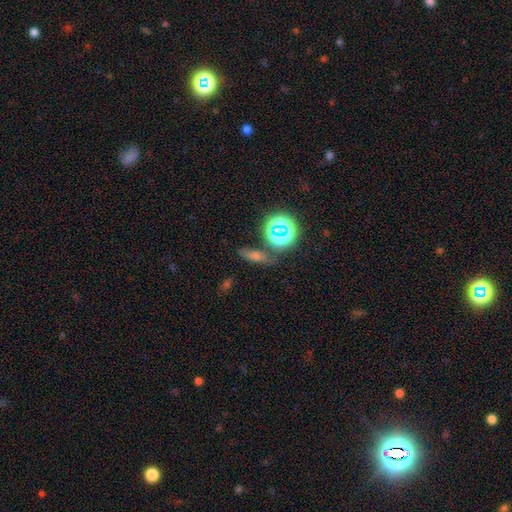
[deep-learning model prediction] This is marginally a star or artifact rather than a galaxy (40%).